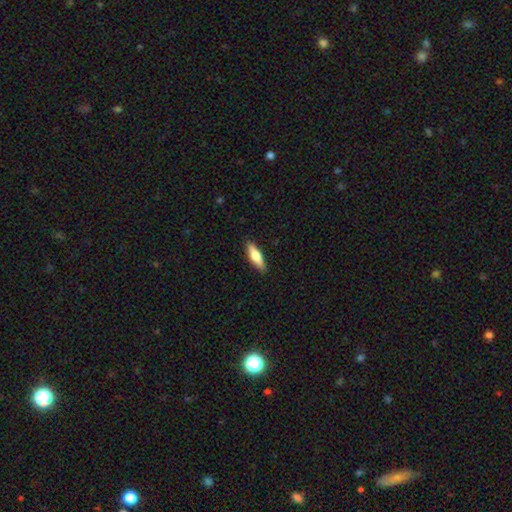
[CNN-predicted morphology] smooth-or-featured: smooth: 70% | featured or disk: 24% | star or artifact: 5%
  how-rounded: cigar-shaped: 58% | in between: 40% | round: 2%
  merging: none: 89% | minor disturbance: 8% | major disturbance: 2% | merger: 1%